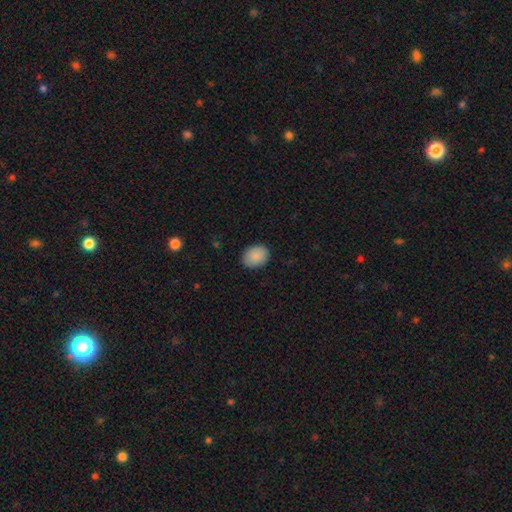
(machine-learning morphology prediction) Q: Smooth or featured?
A: smooth (89%); runner-up: star or artifact (7%)
Q: How rounded?
A: in between (68%); runner-up: round (31%)
Q: Merging?
A: none (87%); runner-up: minor disturbance (10%)